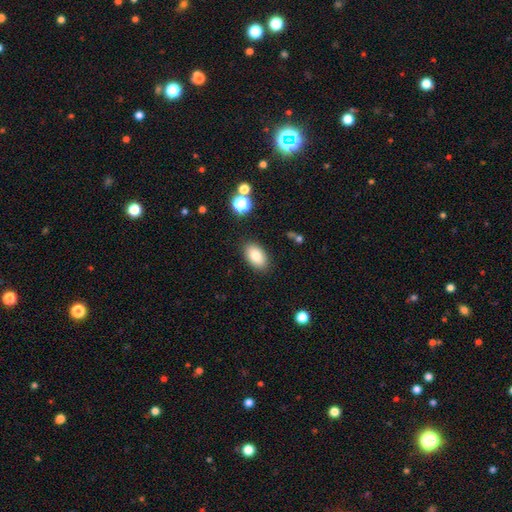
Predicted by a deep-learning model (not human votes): smooth-or-featured: smooth: 83% | featured or disk: 9% | star or artifact: 8%
  how-rounded: in between: 91% | round: 7% | cigar-shaped: 2%
  merging: none: 86% | minor disturbance: 9% | major disturbance: 3% | merger: 2%